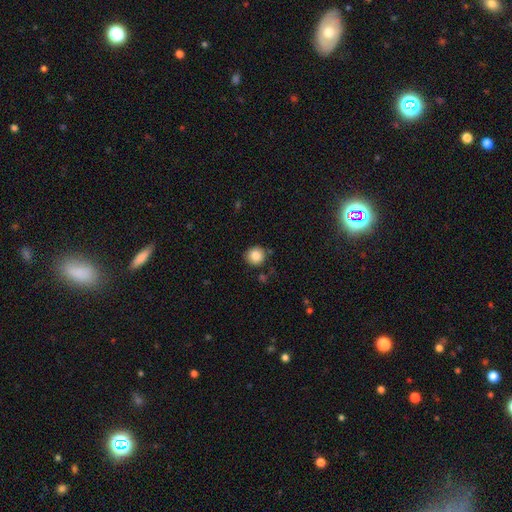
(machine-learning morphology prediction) A smooth galaxy with no disk features (86%) that is round (91%). Merging: none (85%).